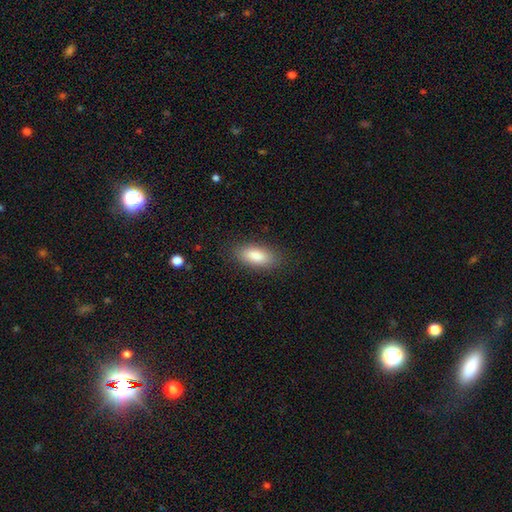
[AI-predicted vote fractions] Smooth or featured? Predicted: smooth (p=0.86). How rounded? Predicted: in between (p=0.84). Merging? Predicted: none (p=0.86).